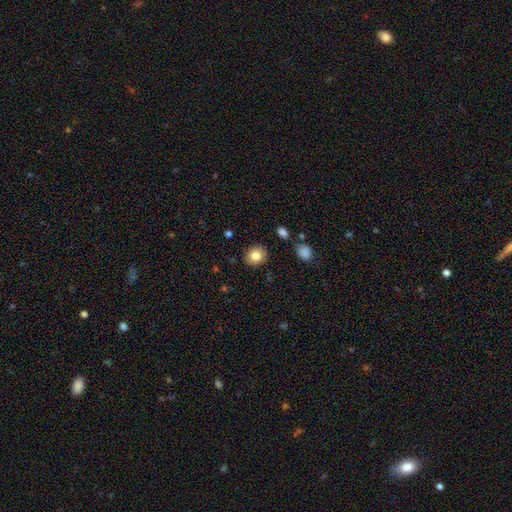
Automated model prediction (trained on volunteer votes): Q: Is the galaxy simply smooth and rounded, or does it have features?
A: smooth — 82%.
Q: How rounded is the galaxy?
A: round — 71%.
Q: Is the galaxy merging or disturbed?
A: none — 87%.